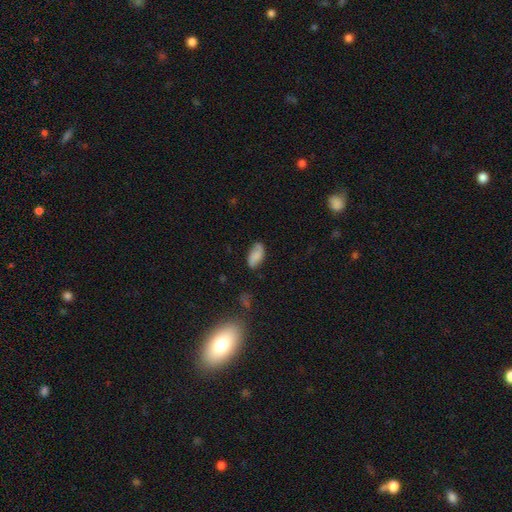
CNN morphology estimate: The model was most divided on "smooth or featured": smooth: 72%, featured or disk: 19%, star or artifact: 9%. More confident: how rounded — in between (91%); merging — none (75%).